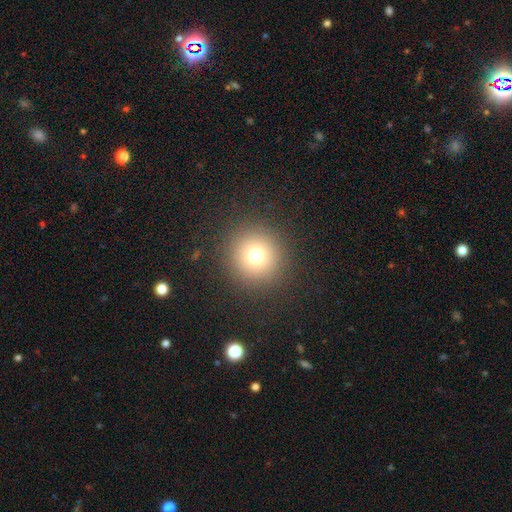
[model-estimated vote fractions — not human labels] Q: Smooth or featured?
A: smooth (73%); runner-up: star or artifact (17%)
Q: How rounded?
A: round (95%); runner-up: in between (4%)
Q: Merging?
A: none (90%); runner-up: minor disturbance (6%)